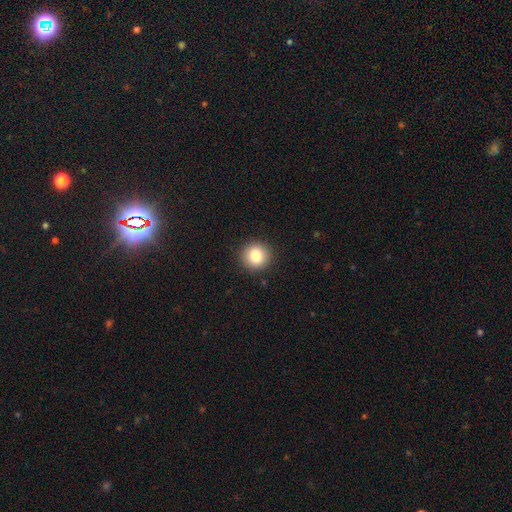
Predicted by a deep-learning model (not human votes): The model was most divided on "smooth or featured": smooth: 84%, star or artifact: 10%, featured or disk: 6%. More confident: merging — none (91%); how rounded — round (91%).